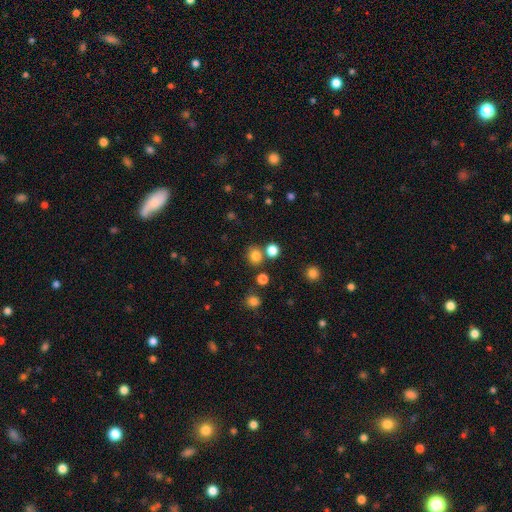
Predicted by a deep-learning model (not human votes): Smooth or featured?
  - smooth: 80% *
  - star or artifact: 15%
  - featured or disk: 5%
How rounded?
  - round: 81% *
  - in between: 18%
  - cigar-shaped: 1%
Merging?
  - none: 74% *
  - merger: 14%
  - minor disturbance: 8%
  - major disturbance: 3%